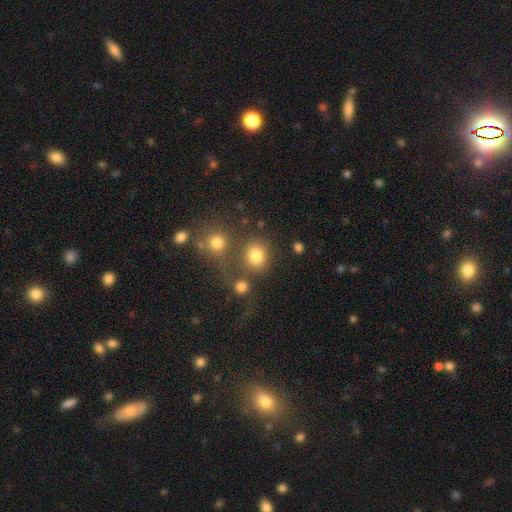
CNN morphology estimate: smooth-or-featured: smooth: 79% | star or artifact: 14% | featured or disk: 7%
  how-rounded: round: 78% | in between: 21% | cigar-shaped: 1%
  merging: none: 61% | merger: 23% | minor disturbance: 10% | major disturbance: 6%